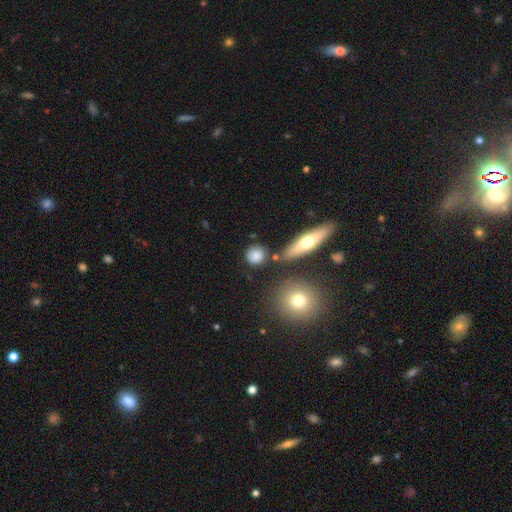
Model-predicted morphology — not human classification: This appears to be a smooth galaxy with no disk features (80%) that is round (86%). Merging: none (77%).